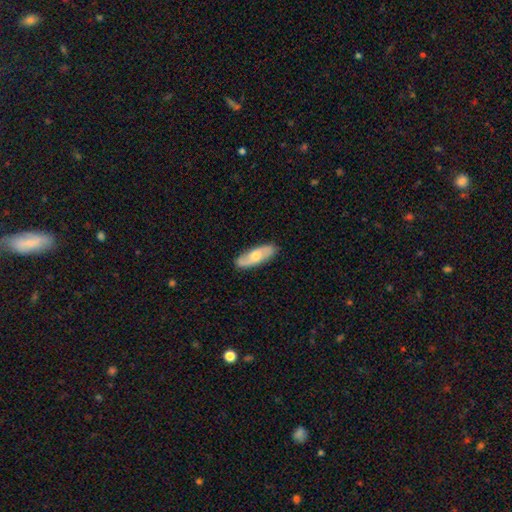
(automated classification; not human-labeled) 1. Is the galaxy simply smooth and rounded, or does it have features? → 53% featured or disk, 42% smooth, 5% star or artifact.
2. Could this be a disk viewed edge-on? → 78% no, 22% yes.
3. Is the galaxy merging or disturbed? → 86% none, 10% minor disturbance, 2% major disturbance, 1% merger.